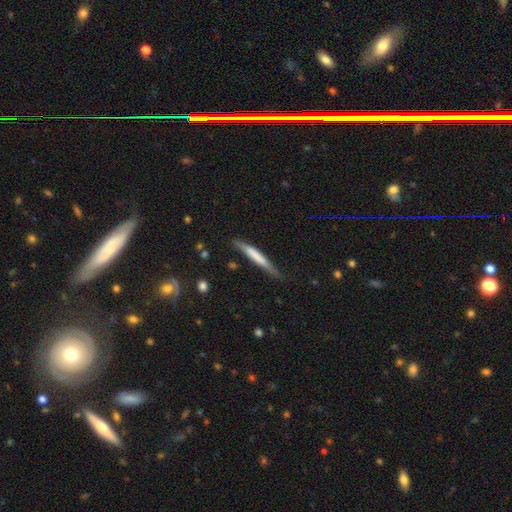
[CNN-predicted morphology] type=smooth (58%); roundness=cigar-shaped (95%); merging=none (72%).